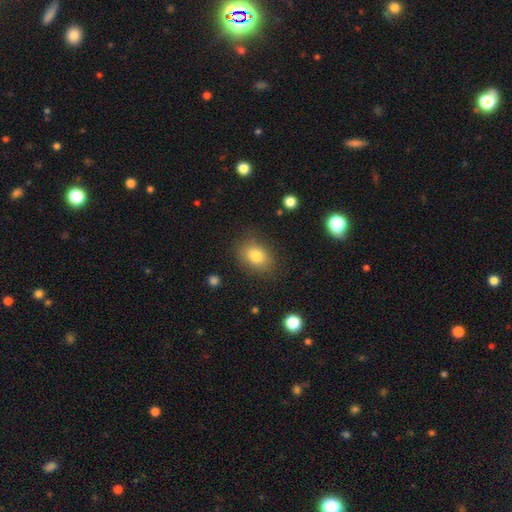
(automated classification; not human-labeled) Morphology: type=smooth (80%); roundness=in between (63%); merging=none (83%).